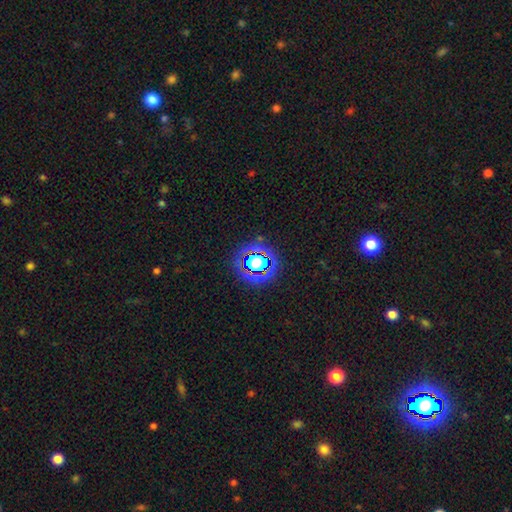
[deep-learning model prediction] A star or artifact, not a galaxy (79%).